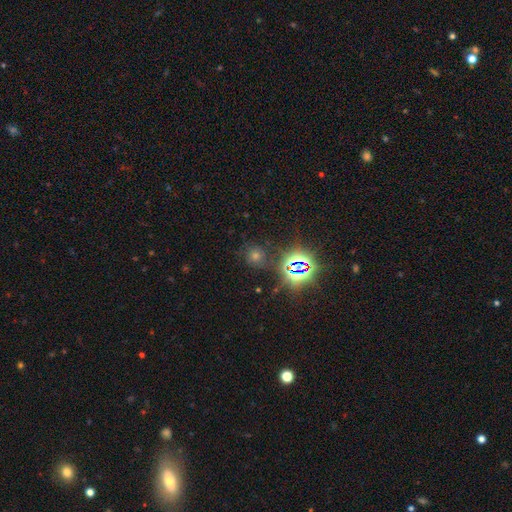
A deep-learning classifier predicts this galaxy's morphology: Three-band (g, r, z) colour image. It shows a star or artifact, not a galaxy (57%).